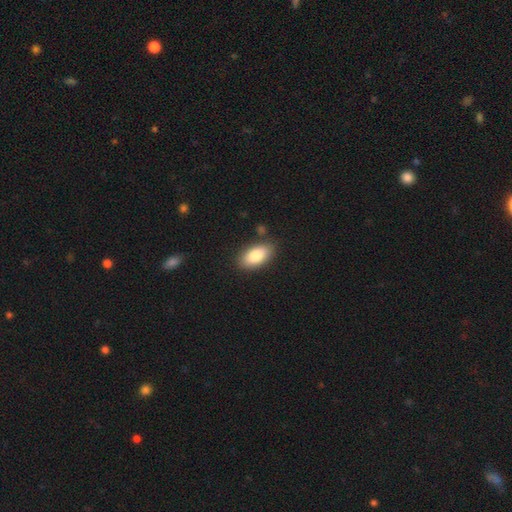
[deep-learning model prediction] A smooth galaxy with no disk features (83%) that is in between round and cigar-shaped (93%).

Vote fractions:
- Smooth or featured? smooth: 83% / featured or disk: 10% / star or artifact: 6%
- How rounded? in between: 93% / round: 3% / cigar-shaped: 3%
- Merging? none: 84% / minor disturbance: 11% / merger: 3% / major disturbance: 3%